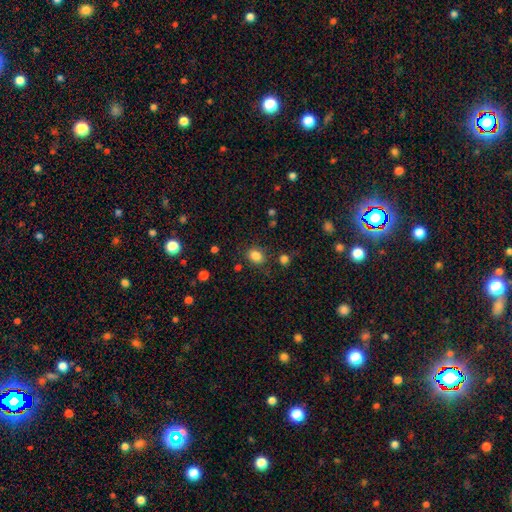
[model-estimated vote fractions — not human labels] Smooth or featured?
  - smooth: 84% *
  - star or artifact: 11%
  - featured or disk: 5%
How rounded?
  - in between: 51% *
  - round: 48%
  - cigar-shaped: 1%
Merging?
  - none: 79% *
  - minor disturbance: 13%
  - major disturbance: 4%
  - merger: 4%